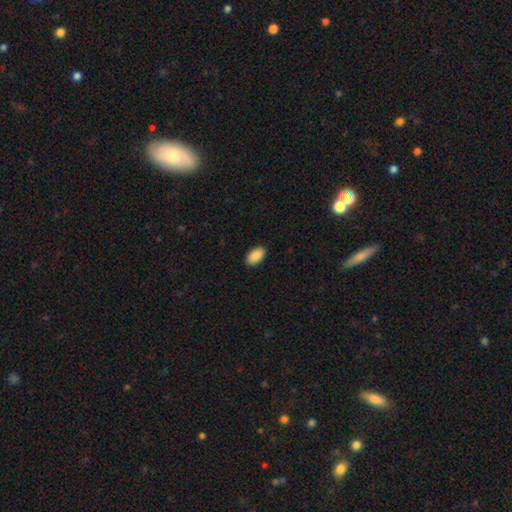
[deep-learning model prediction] This is clearly a smooth galaxy (90%). How rounded: clearly in between (95%). Merging: clearly none (89%).